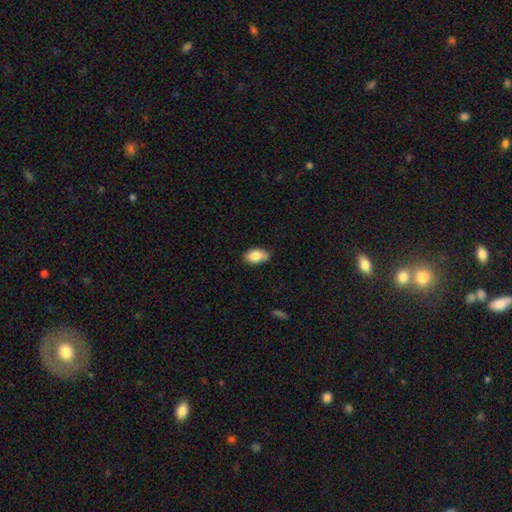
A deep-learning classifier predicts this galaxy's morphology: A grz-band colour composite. It shows a smooth galaxy with no disk features (83%) that is in between round and cigar-shaped (89%). Merging: none (73%).